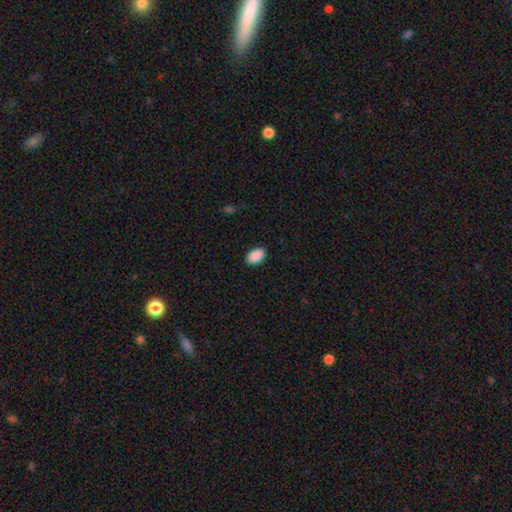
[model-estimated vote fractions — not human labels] This appears to be a smooth galaxy with no disk features (91%) that is in between round and cigar-shaped (91%). Merging: none (89%).